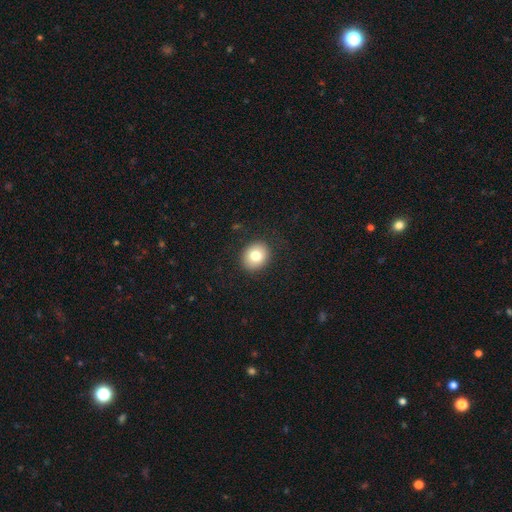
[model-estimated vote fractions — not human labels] This appears to be a smooth galaxy with no disk features (78%) that is round (71%). Merging: none (89%).